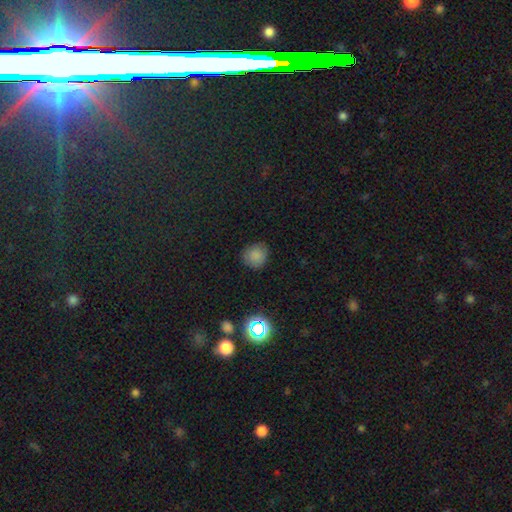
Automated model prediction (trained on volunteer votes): Smooth or featured? smooth (80%)
How rounded? round (87%)
Merging? none (82%)